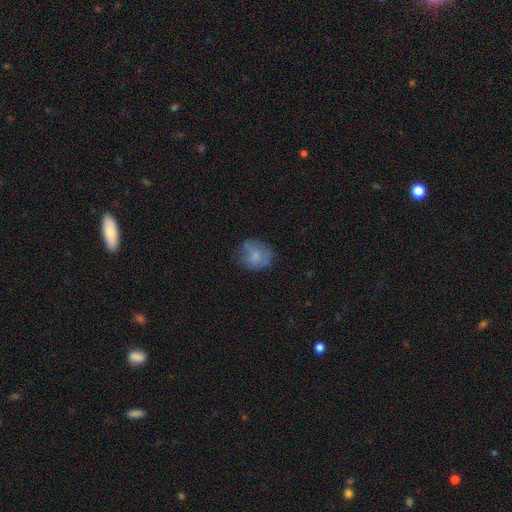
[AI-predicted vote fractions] smooth-or-featured: smooth: 70% | featured or disk: 21% | star or artifact: 9%
  how-rounded: round: 68% | in between: 31% | cigar-shaped: 1%
  merging: none: 62% | minor disturbance: 26% | major disturbance: 11% | merger: 2%